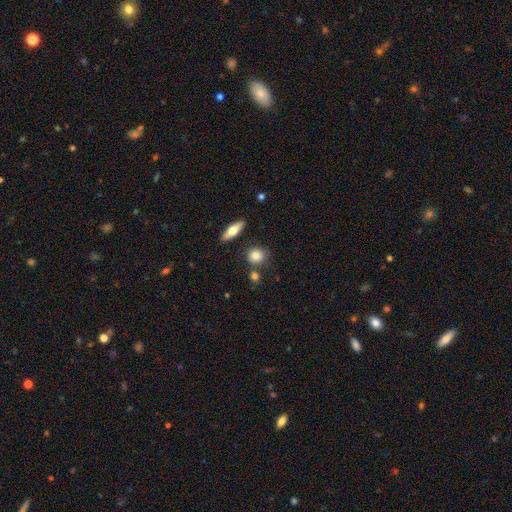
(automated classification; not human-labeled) The model was most divided on "how rounded": round: 73%, in between: 23%, cigar-shaped: 3%. More confident: smooth or featured — smooth (81%); merging — none (75%).